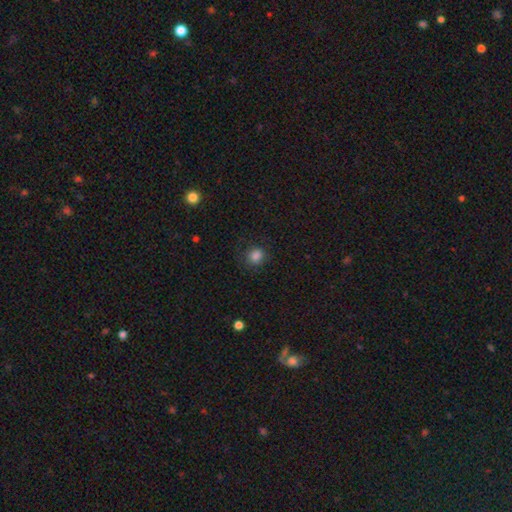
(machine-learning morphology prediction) smooth_or_featured: smooth (p=0.84) [alt: star or artifact p=0.12]
how_rounded: round (p=0.80) [alt: in between p=0.19]
merging: none (p=0.81) [alt: minor disturbance p=0.13]